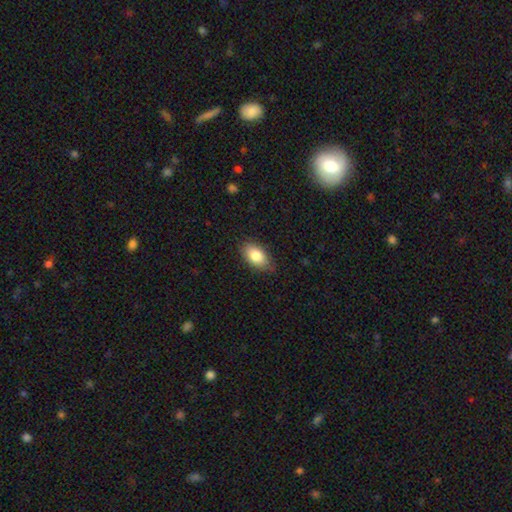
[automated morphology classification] type=smooth (83%); roundness=in between (92%); merging=none (79%).